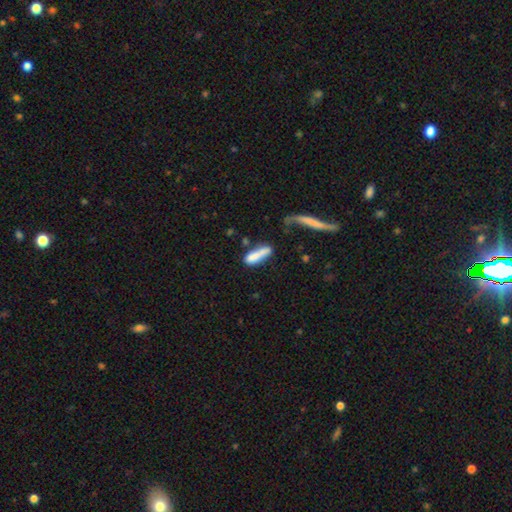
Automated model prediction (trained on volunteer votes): smooth-or-featured: smooth: 74% | featured or disk: 19% | star or artifact: 8%
  how-rounded: cigar-shaped: 59% | in between: 39% | round: 2%
  merging: none: 39% | minor disturbance: 23% | merger: 22% | major disturbance: 16%